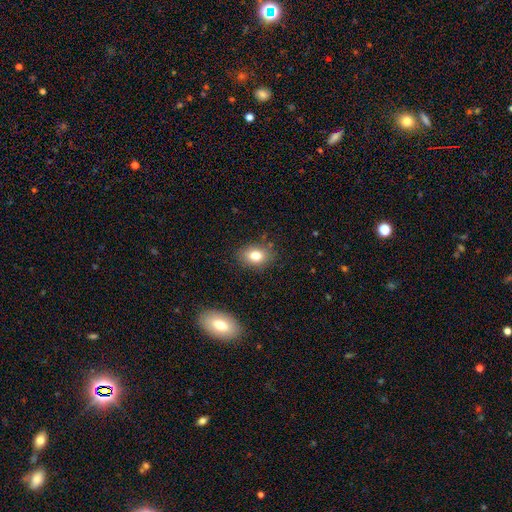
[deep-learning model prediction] smooth_or_featured: smooth (p=0.78) [alt: featured or disk p=0.11]
how_rounded: in between (p=0.69) [alt: round p=0.29]
merging: none (p=0.82) [alt: minor disturbance p=0.13]